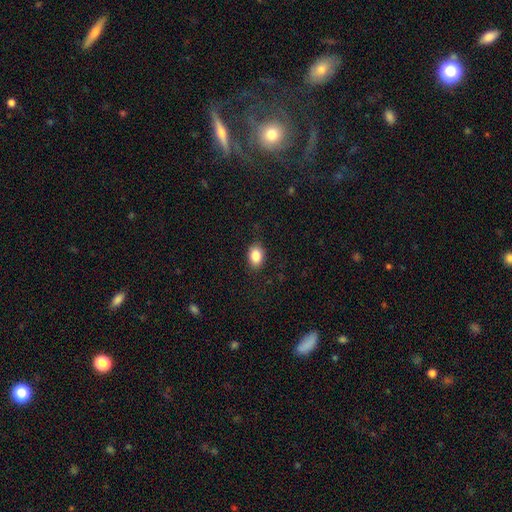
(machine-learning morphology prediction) type=smooth (86%); roundness=in between (75%); merging=none (86%).